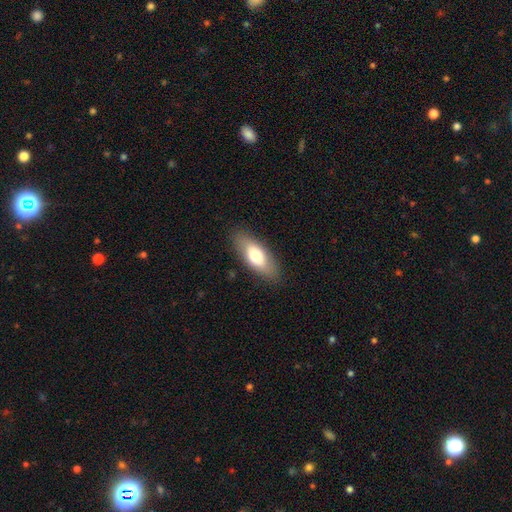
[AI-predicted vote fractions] smooth_or_featured: smooth (p=0.70) [alt: featured or disk p=0.23]
how_rounded: in between (p=0.77) [alt: cigar-shaped p=0.21]
merging: none (p=0.86) [alt: minor disturbance p=0.10]